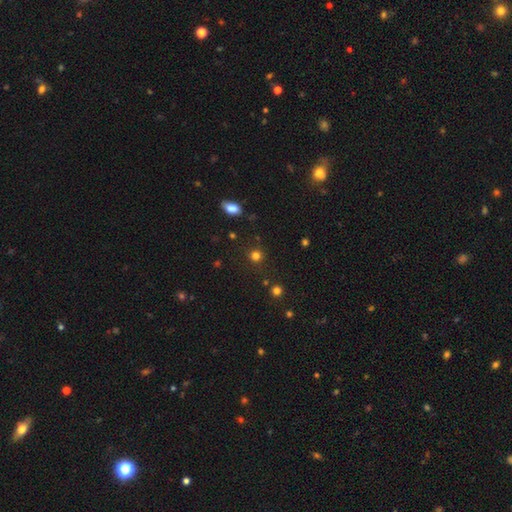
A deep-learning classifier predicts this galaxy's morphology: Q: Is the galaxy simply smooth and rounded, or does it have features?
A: smooth — 77%.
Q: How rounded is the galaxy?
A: round — 91%.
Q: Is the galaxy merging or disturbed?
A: none — 87%.